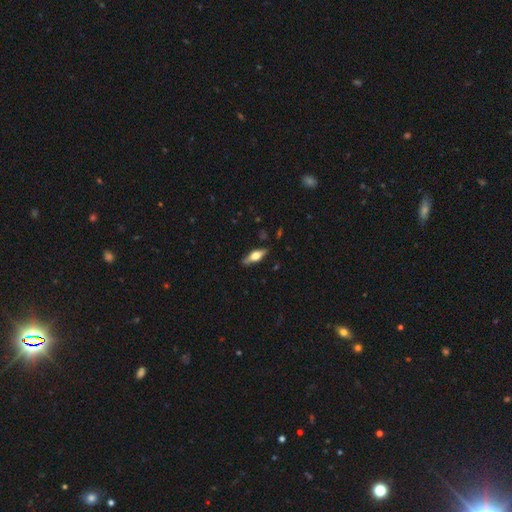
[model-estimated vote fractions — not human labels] Q: Smooth or featured?
A: featured or disk (53%); runner-up: smooth (41%)
Q: Edge-on disk?
A: yes (91%); runner-up: no (9%)
Q: Merging?
A: none (83%); runner-up: minor disturbance (13%)